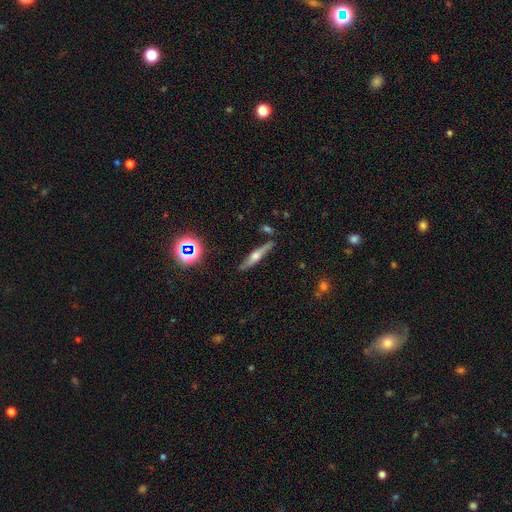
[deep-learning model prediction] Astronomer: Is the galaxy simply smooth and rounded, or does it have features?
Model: featured or disk — 62%.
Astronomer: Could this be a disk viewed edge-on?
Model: yes — 94%.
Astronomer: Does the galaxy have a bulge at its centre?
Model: rounded — 88%.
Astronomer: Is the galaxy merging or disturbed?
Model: none — 85%.